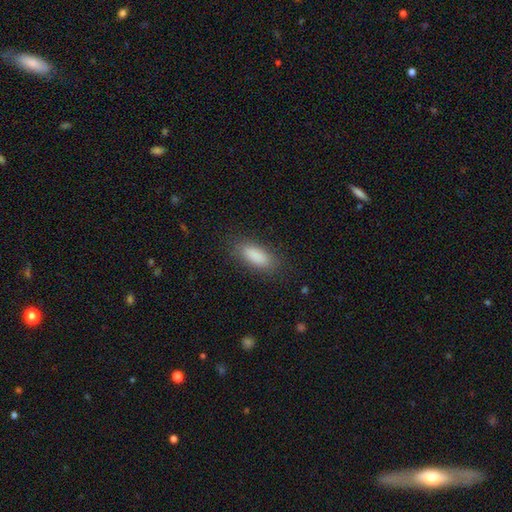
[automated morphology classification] Smooth or featured? smooth (88%)
How rounded? in between (75%)
Merging? none (84%)